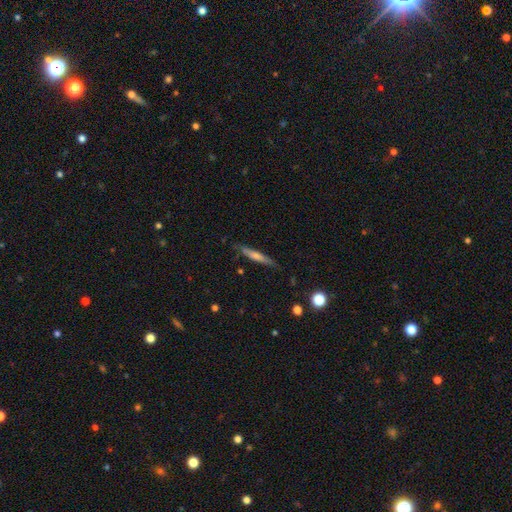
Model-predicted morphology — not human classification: The model was most divided on "smooth or featured": smooth: 47%, featured or disk: 46%, star or artifact: 7%. More confident: merging — none (84%).